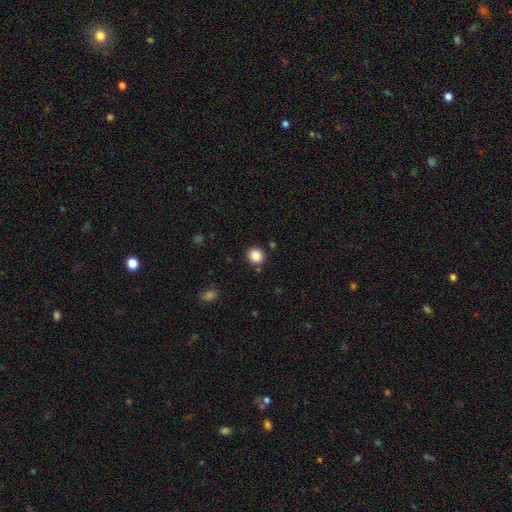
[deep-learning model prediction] smooth-or-featured: smooth: 86% | star or artifact: 10% | featured or disk: 4%
  how-rounded: round: 87% | in between: 12% | cigar-shaped: 1%
  merging: none: 87% | minor disturbance: 7% | merger: 3% | major disturbance: 2%